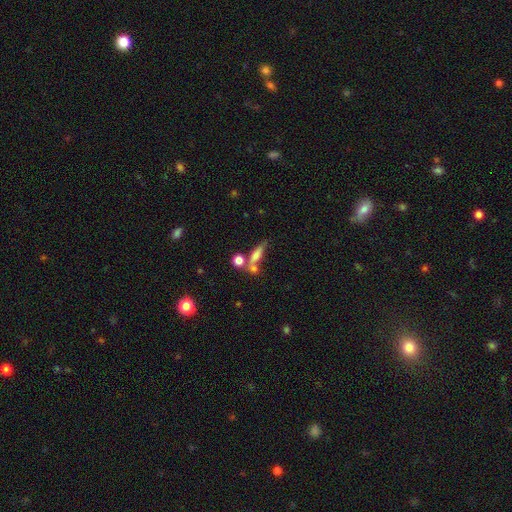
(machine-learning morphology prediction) type=smooth (65%); roundness=cigar-shaped (48%); merging=none (45%).